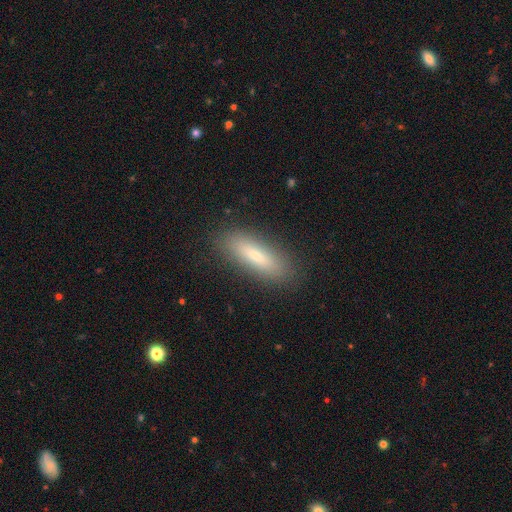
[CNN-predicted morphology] Smooth or featured: smooth — 71% (featured or disk — 21%)
How rounded: cigar-shaped — 58% (in between — 40%)
Merging: none — 87% (minor disturbance — 9%)